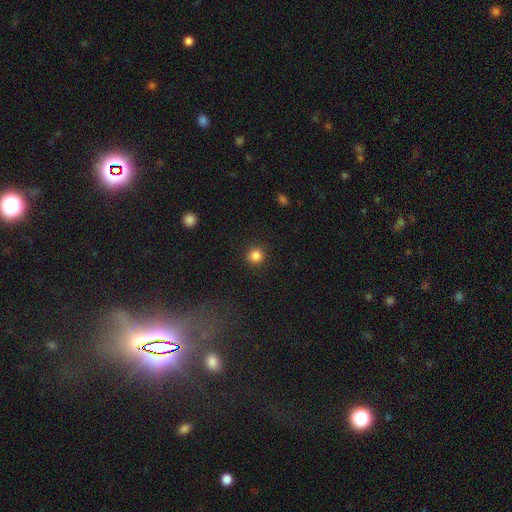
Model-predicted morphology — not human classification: Smooth or featured: smooth — 85% (star or artifact — 11%)
How rounded: round — 92% (in between — 7%)
Merging: none — 91% (minor disturbance — 6%)